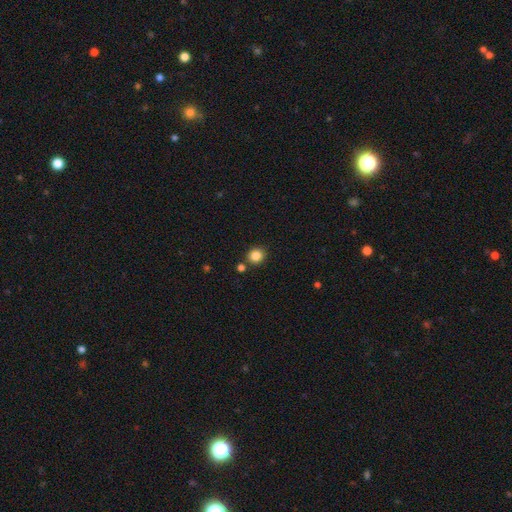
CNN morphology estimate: Smooth or featured? Predicted: smooth (p=0.85). How rounded? Predicted: round (p=0.83). Merging? Predicted: none (p=0.83).